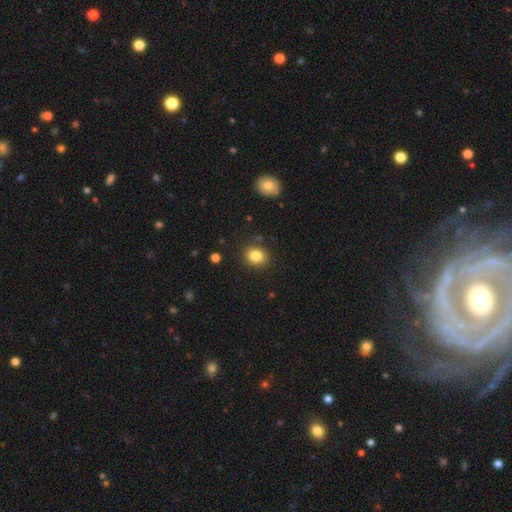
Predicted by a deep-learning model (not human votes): smooth 83%, star or artifact 10%, featured or disk 6%. Down the decision tree: how rounded — round (70%); merging — none (87%).